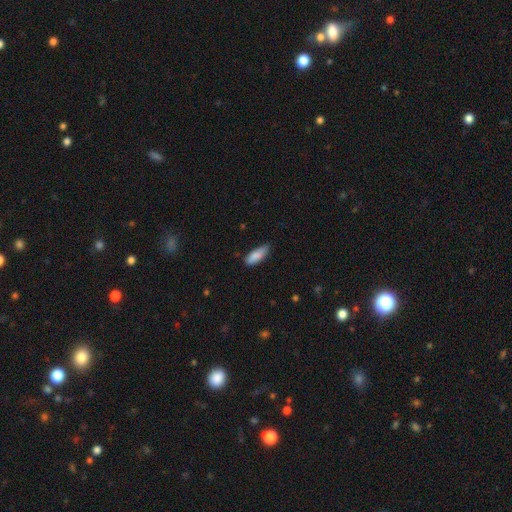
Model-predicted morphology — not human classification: This is clearly a smooth galaxy (87%). How rounded: likely in between (62%). Merging: likely none (71%).